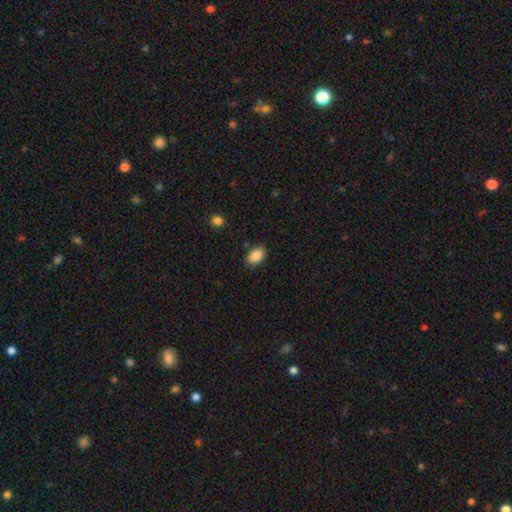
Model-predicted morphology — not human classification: The model was most divided on "merging": none: 86%, minor disturbance: 10%, major disturbance: 3%, merger: 2%. More confident: smooth or featured — smooth (89%); how rounded — in between (89%).